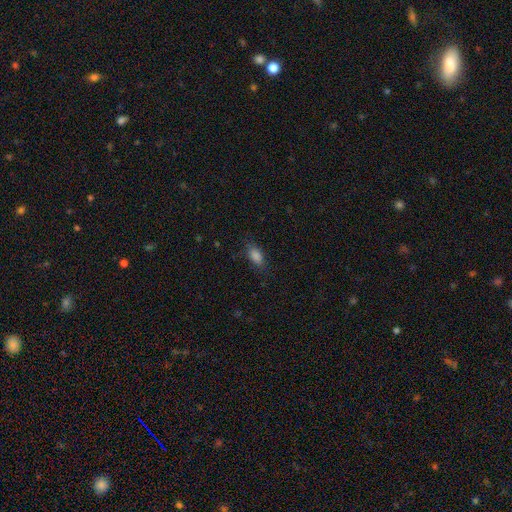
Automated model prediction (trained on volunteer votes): smooth-or-featured: smooth: 85% | star or artifact: 9% | featured or disk: 6%
  how-rounded: in between: 86% | cigar-shaped: 9% | round: 4%
  merging: none: 78% | minor disturbance: 16% | major disturbance: 5% | merger: 1%